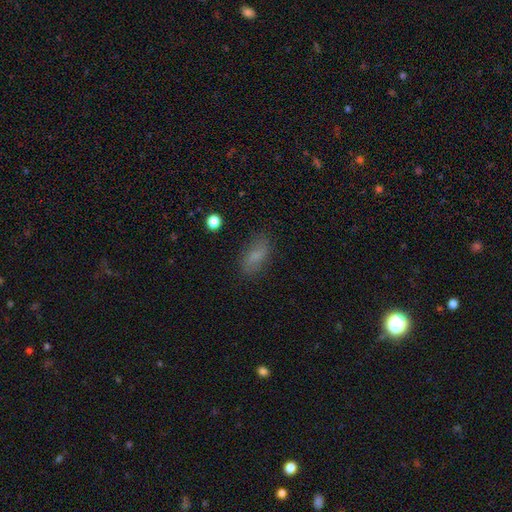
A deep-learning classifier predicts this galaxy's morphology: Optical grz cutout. It shows a smooth galaxy with no disk features (74%) that is in between round and cigar-shaped (82%). Merging: none (78%).